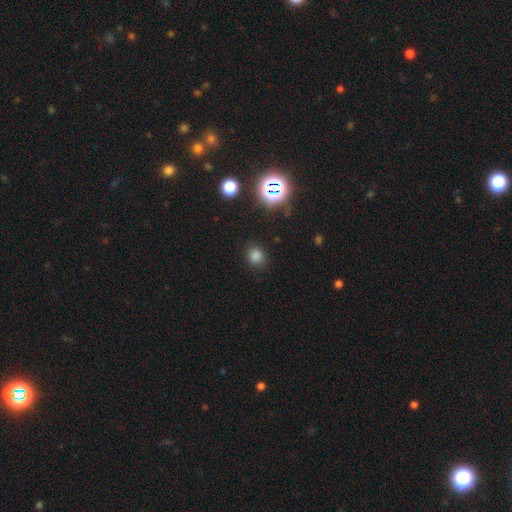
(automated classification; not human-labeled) Smooth or featured? smooth (75%)
How rounded? round (74%)
Merging? none (86%)